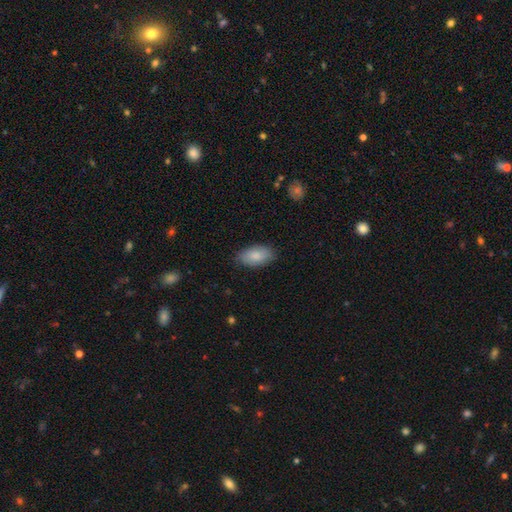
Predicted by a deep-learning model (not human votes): A smooth galaxy with no disk features (86%) that is in between round and cigar-shaped (94%).

Vote fractions:
- Smooth or featured? smooth: 86% / featured or disk: 8% / star or artifact: 6%
- How rounded? in between: 94% / round: 4% / cigar-shaped: 2%
- Merging? none: 82% / minor disturbance: 14% / major disturbance: 3% / merger: 1%